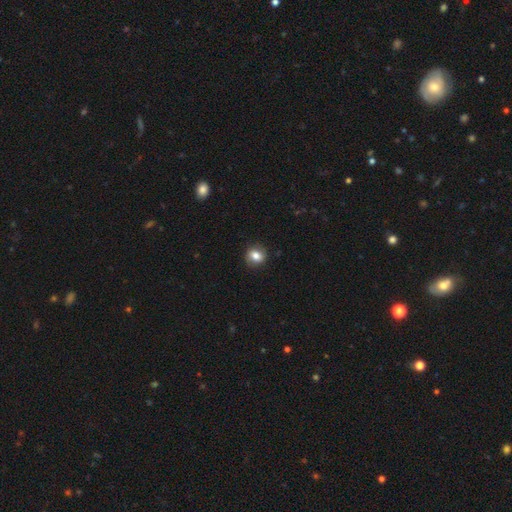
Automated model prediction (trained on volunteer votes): A smooth galaxy with no disk features (76%) that is round (69%).

Vote fractions:
- Smooth or featured? smooth: 76% / featured or disk: 14% / star or artifact: 10%
- How rounded? round: 69% / in between: 30% / cigar-shaped: 1%
- Merging? none: 84% / minor disturbance: 12% / major disturbance: 3% / merger: 1%